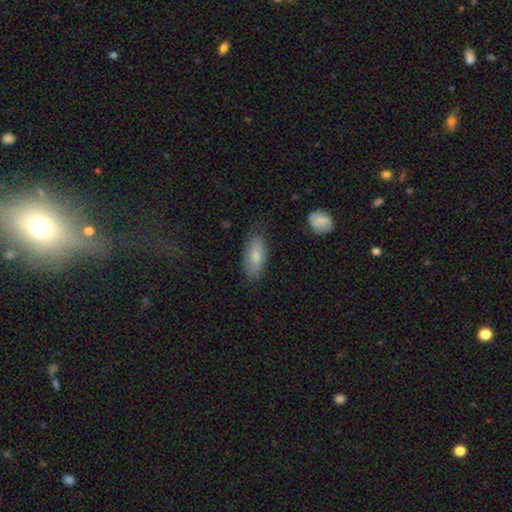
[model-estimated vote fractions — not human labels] Smooth or featured?
  - smooth: 75% *
  - featured or disk: 19%
  - star or artifact: 6%
How rounded?
  - in between: 84% *
  - cigar-shaped: 13%
  - round: 2%
Merging?
  - none: 74% *
  - minor disturbance: 20%
  - major disturbance: 4%
  - merger: 2%